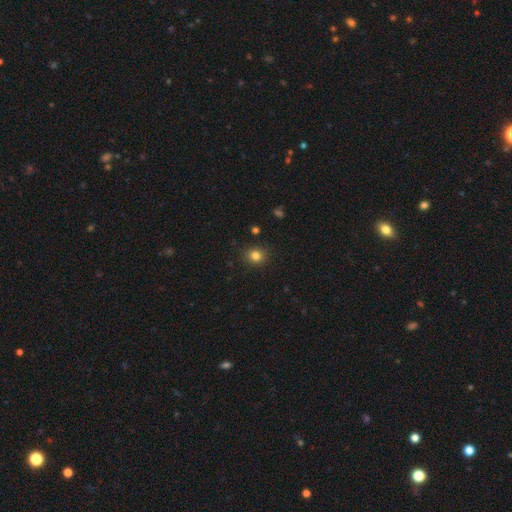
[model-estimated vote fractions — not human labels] Morphology: type=smooth (81%); roundness=round (79%); merging=none (89%).